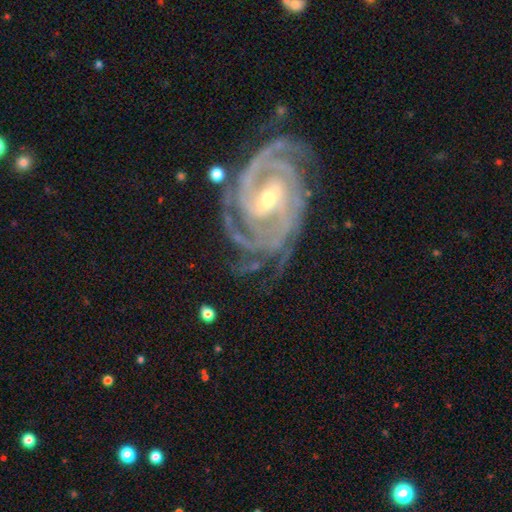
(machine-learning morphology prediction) This appears to be a featured or disk galaxy (92%) with a weak bar (43%), 3 (29%) tight (76%) spiral arms (99%) and a small central bulge (54%). Merging: none (73%).